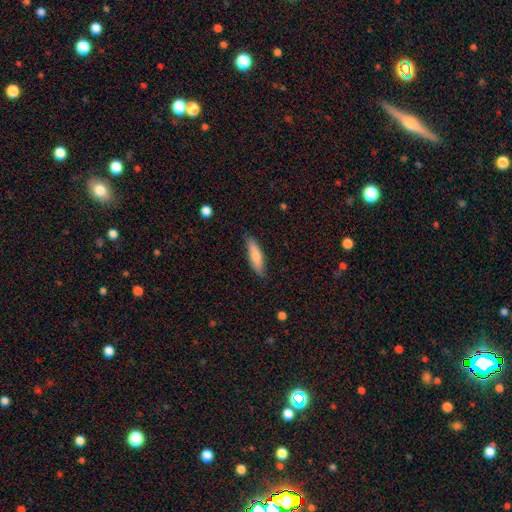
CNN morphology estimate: Overall: smooth (79%). How rounded: cigar-shaped (66%; in between 32%). Merging: none (84%).